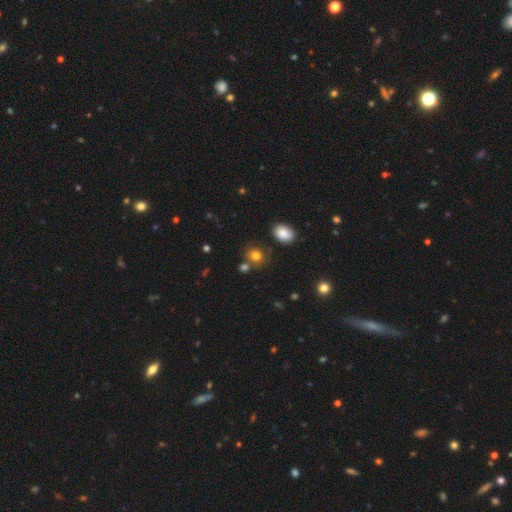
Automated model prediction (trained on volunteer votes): Smooth or featured?
  - smooth: 79% *
  - star or artifact: 14%
  - featured or disk: 8%
How rounded?
  - round: 72% *
  - in between: 27%
  - cigar-shaped: 1%
Merging?
  - none: 71% *
  - merger: 14%
  - minor disturbance: 11%
  - major disturbance: 4%